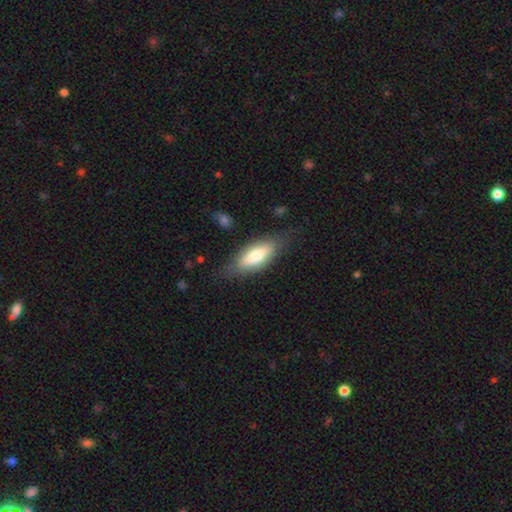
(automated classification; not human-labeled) This is likely a smooth galaxy (66%). How rounded: likely in between (67%). Merging: likely none (73%).